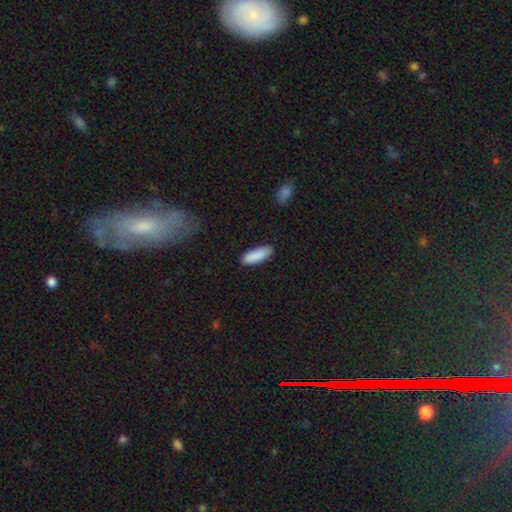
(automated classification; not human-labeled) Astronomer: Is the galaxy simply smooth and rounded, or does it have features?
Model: smooth — 90%.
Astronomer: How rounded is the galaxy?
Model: in between — 61% (runner-up: cigar-shaped, 37%).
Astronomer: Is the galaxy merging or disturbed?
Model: none — 85%.